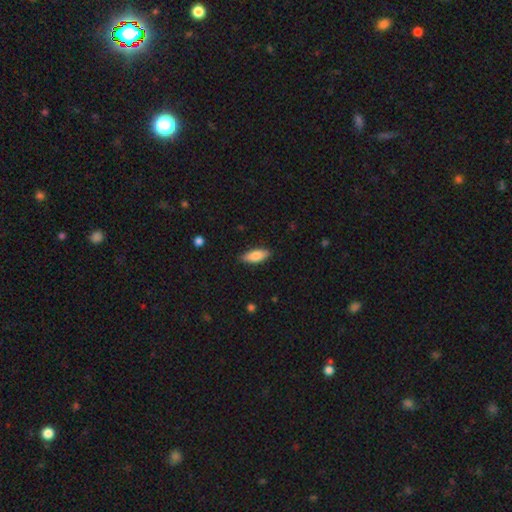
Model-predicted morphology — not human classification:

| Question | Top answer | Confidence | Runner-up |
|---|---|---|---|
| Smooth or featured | smooth | 80% | featured or disk (14%) |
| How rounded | in between | 75% | cigar-shaped (23%) |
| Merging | none | 86% | minor disturbance (11%) |